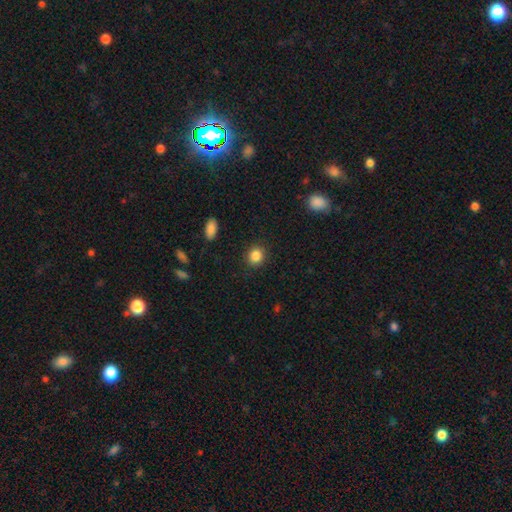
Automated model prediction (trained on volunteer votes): Overall: smooth (86%). How rounded: round (80%). Merging: none (90%).